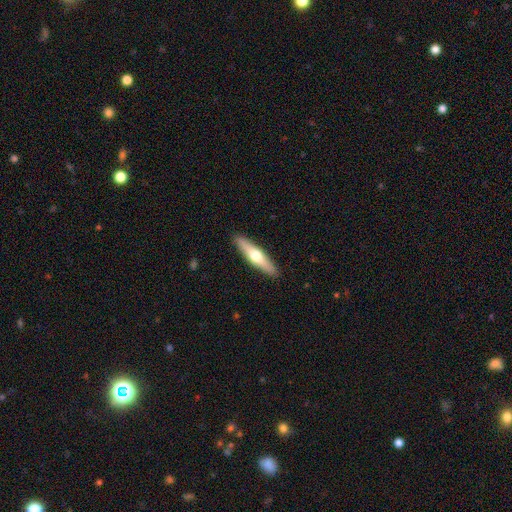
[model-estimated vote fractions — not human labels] The model was most divided on "smooth or featured": featured or disk: 49%, smooth: 46%, star or artifact: 5%. More confident: merging — none (91%).